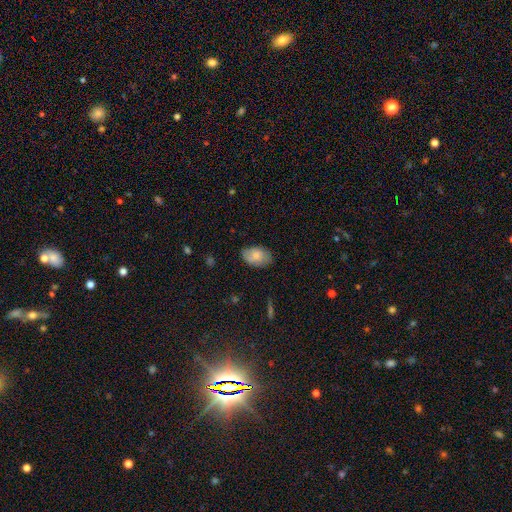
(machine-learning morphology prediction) smooth 76%, featured or disk 17%, star or artifact 7%. Down the decision tree: how rounded — in between (90%); merging — none (74%).